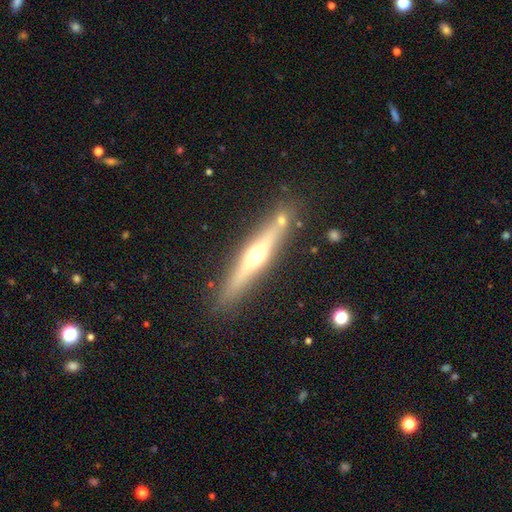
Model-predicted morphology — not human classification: type=featured or disk (60%); edge-on=yes (93%); edge-on bulge=rounded (89%); merging=none (82%).